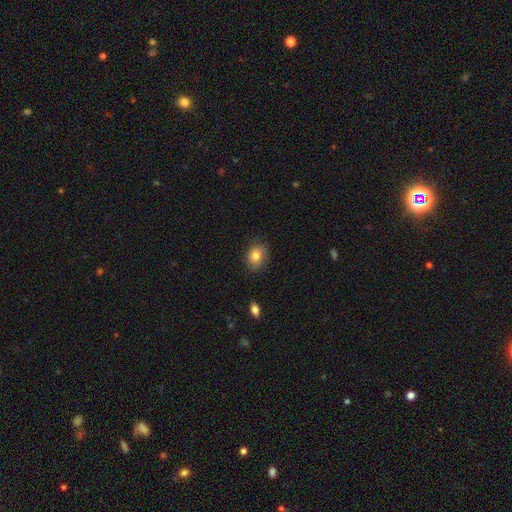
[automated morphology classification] This appears to be a smooth galaxy with no disk features (79%) that is in between round and cigar-shaped (56%). Merging: none (77%).